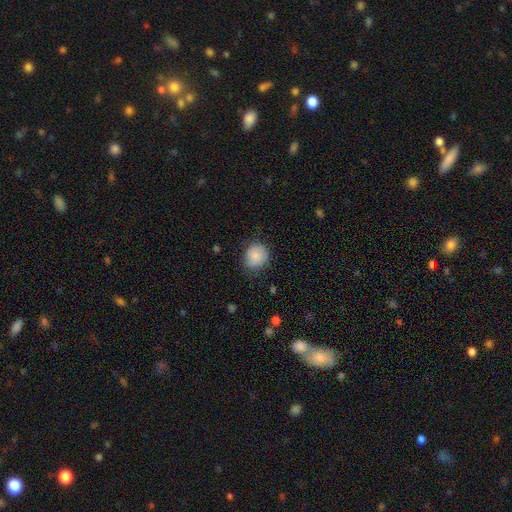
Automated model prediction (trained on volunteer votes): This is clearly a smooth galaxy (86%). How rounded: likely round (74%). Merging: likely none (72%).